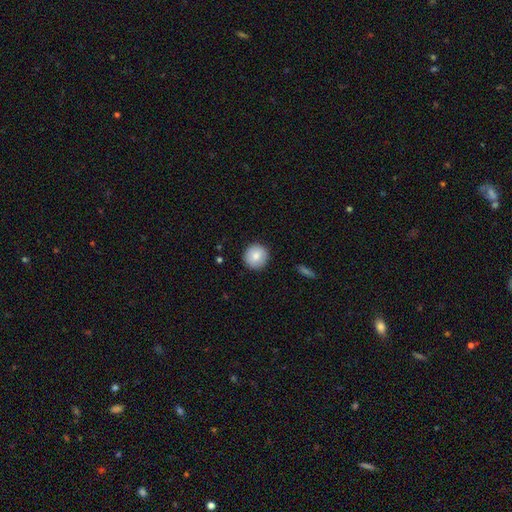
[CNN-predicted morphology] Smooth or featured: smooth — 83% (featured or disk — 10%)
How rounded: round — 94% (in between — 5%)
Merging: none — 91% (minor disturbance — 7%)